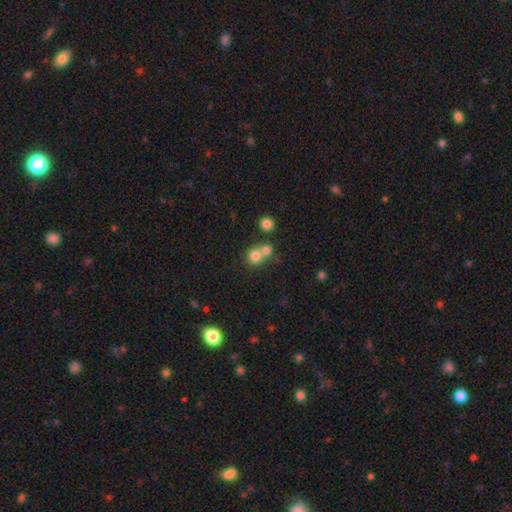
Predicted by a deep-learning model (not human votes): smooth_or_featured: smooth (p=0.78) [alt: star or artifact p=0.12]
how_rounded: round (p=0.85) [alt: in between p=0.14]
merging: merger (p=0.47) [alt: none p=0.44]